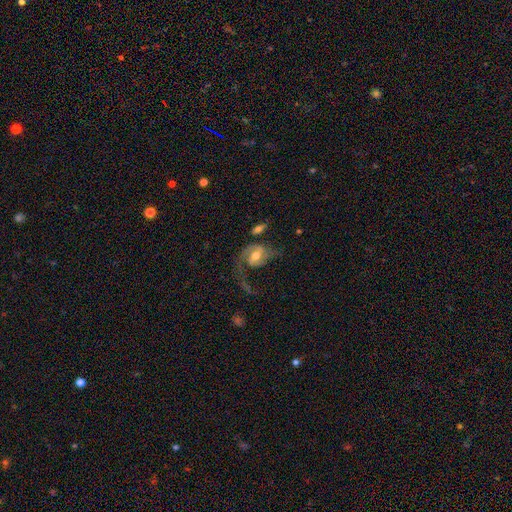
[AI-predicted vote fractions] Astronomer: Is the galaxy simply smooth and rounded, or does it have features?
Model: featured or disk — 75%.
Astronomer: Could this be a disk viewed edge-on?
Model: no — 97%.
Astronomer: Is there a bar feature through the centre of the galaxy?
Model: no — 49% (runner-up: weak, 39%).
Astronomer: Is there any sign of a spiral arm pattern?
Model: yes — 90%.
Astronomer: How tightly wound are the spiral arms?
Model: loose — 48% (runner-up: medium, 37%).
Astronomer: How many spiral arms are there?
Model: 2 — 52% (runner-up: 1, 40%).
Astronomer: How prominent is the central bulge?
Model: moderate — 68%.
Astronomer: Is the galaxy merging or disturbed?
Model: major disturbance — 43% (runner-up: none, 31%).